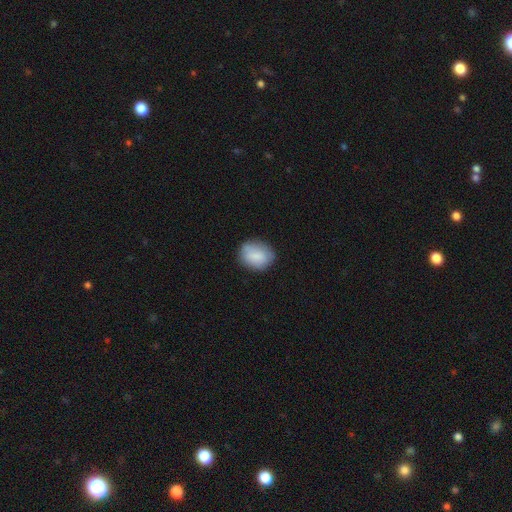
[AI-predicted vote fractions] Morphology: type=smooth (82%); roundness=in between (58%); merging=none (74%).